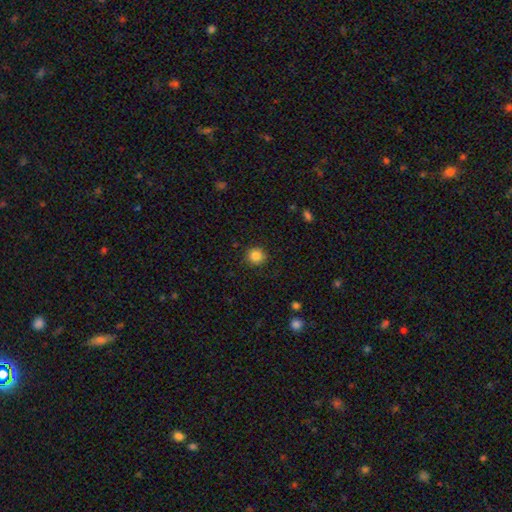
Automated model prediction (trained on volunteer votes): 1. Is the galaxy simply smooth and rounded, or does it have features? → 85% smooth, 10% star or artifact, 5% featured or disk.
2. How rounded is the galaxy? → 91% round, 8% in between, 1% cigar-shaped.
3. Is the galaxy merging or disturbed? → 89% none, 8% minor disturbance, 2% major disturbance, 1% merger.